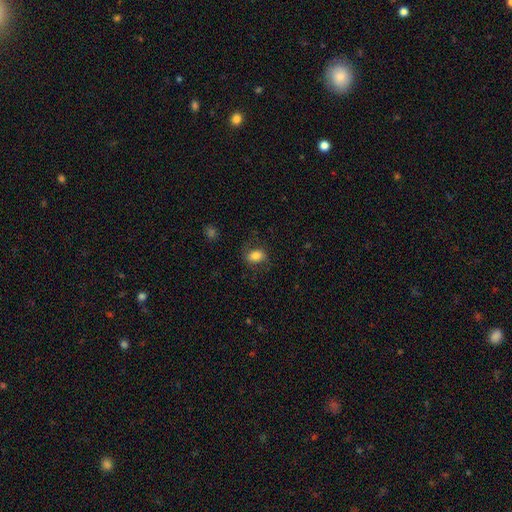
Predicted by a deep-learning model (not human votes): This appears to be a smooth galaxy with no disk features (78%) that is in between round and cigar-shaped (74%). Merging: none (74%).